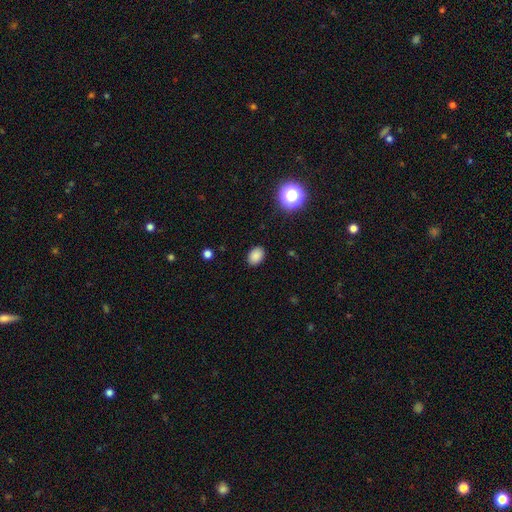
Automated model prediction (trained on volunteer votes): smooth-or-featured: smooth: 84% | star or artifact: 12% | featured or disk: 4%
  how-rounded: in between: 72% | round: 27% | cigar-shaped: 1%
  merging: none: 88% | minor disturbance: 8% | major disturbance: 2% | merger: 1%